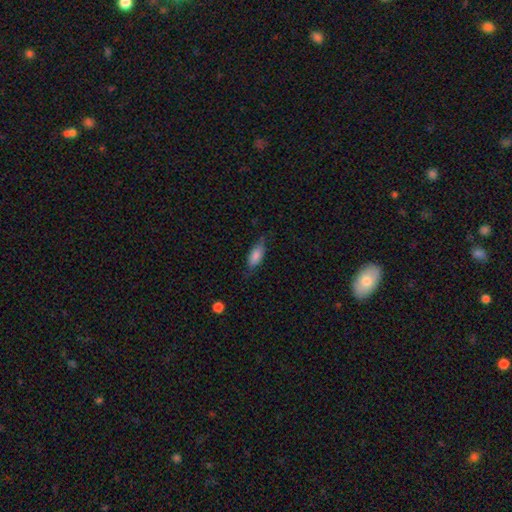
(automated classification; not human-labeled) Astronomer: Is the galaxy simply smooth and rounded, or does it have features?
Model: smooth — 81%.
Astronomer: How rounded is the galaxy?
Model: in between — 82%.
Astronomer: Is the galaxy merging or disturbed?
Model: none — 68%.